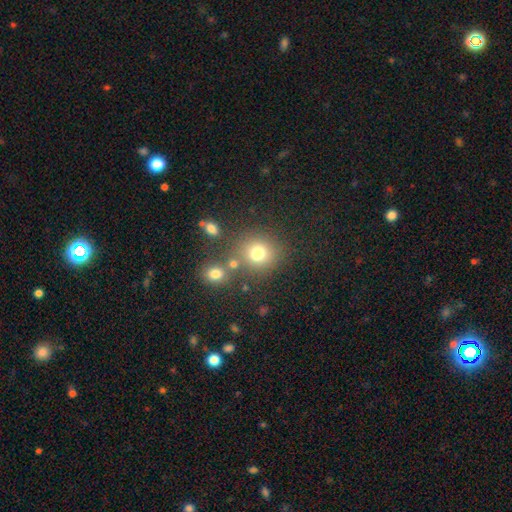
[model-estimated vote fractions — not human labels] smooth_or_featured: smooth (p=0.75) [alt: star or artifact p=0.16]
how_rounded: round (p=0.81) [alt: in between p=0.18]
merging: none (p=0.64) [alt: merger p=0.20]